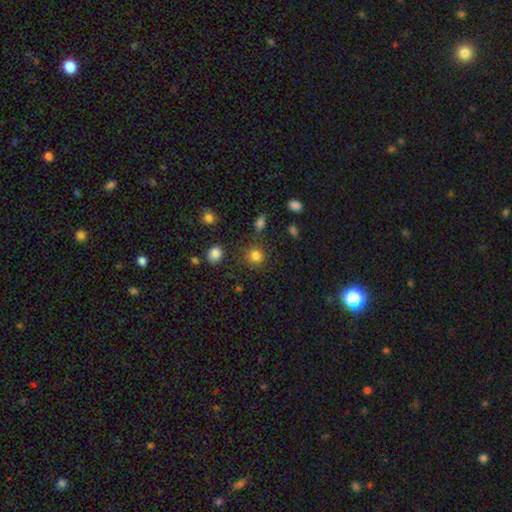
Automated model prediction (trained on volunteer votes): smooth_or_featured: smooth (p=0.81) [alt: star or artifact p=0.13]
how_rounded: round (p=0.88) [alt: in between p=0.11]
merging: none (p=0.82) [alt: minor disturbance p=0.10]